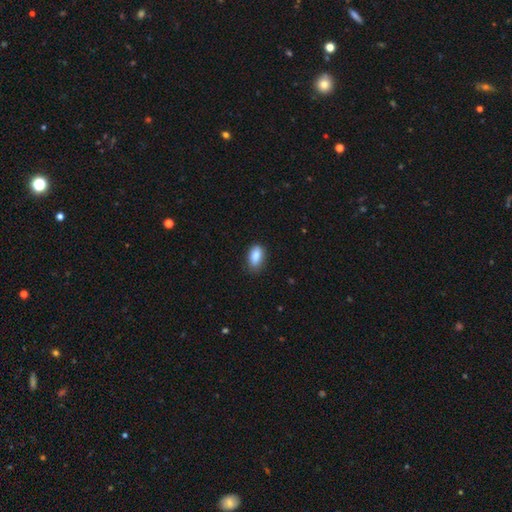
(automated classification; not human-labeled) Q: Smooth or featured?
A: smooth (88%); runner-up: star or artifact (7%)
Q: How rounded?
A: in between (91%); runner-up: round (5%)
Q: Merging?
A: none (76%); runner-up: minor disturbance (19%)